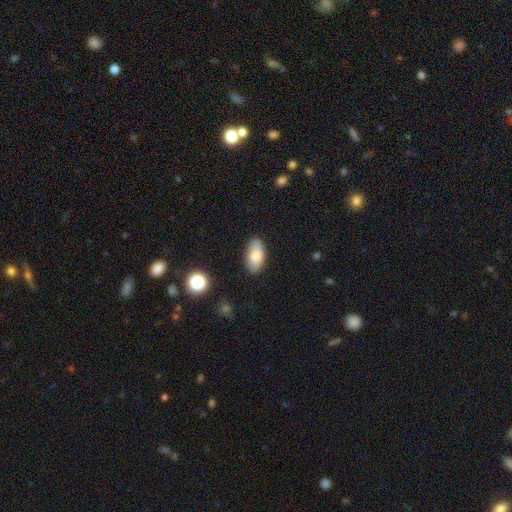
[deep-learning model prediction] Q: Smooth or featured?
A: smooth (82%); runner-up: featured or disk (11%)
Q: How rounded?
A: in between (94%); runner-up: cigar-shaped (3%)
Q: Merging?
A: none (84%); runner-up: minor disturbance (12%)